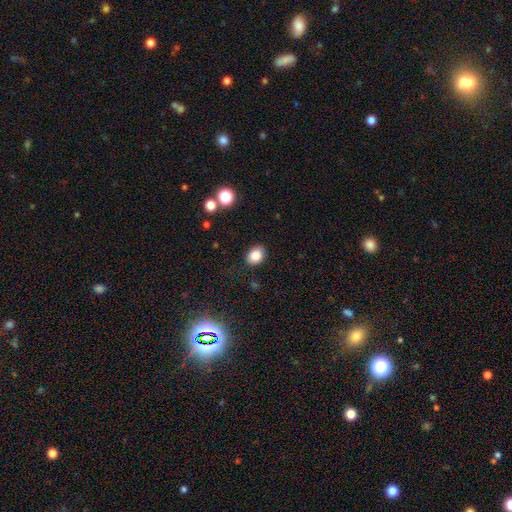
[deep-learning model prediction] smooth-or-featured: smooth: 83% | star or artifact: 10% | featured or disk: 7%
  how-rounded: in between: 61% | round: 38% | cigar-shaped: 1%
  merging: none: 85% | minor disturbance: 11% | major disturbance: 3% | merger: 2%